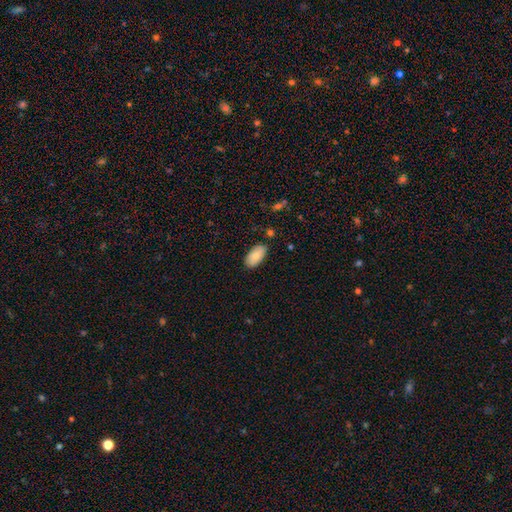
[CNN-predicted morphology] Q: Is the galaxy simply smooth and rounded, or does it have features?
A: smooth — 85%.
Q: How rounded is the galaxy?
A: in between — 95%.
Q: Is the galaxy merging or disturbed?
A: none — 85%.